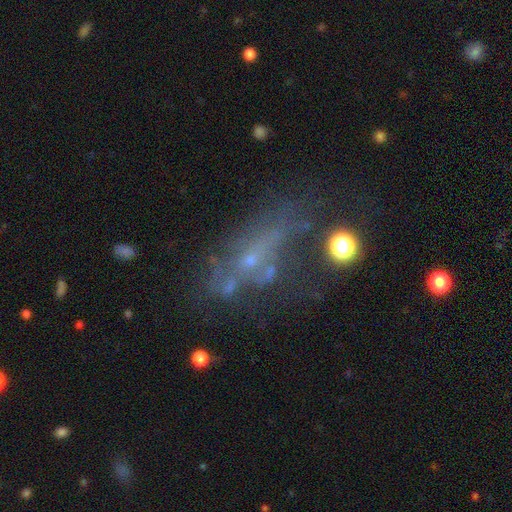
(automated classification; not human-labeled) A featured or disk galaxy (45%). Merging: none (40%).